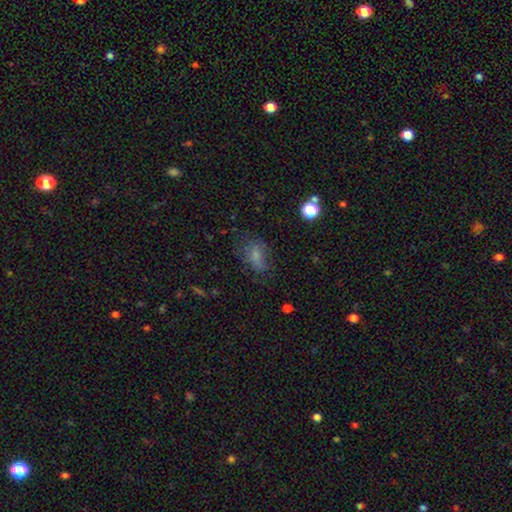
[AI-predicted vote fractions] smooth-or-featured: smooth: 65% | featured or disk: 18% | star or artifact: 16%
  how-rounded: in between: 80% | round: 15% | cigar-shaped: 5%
  merging: none: 53% | minor disturbance: 26% | major disturbance: 19% | merger: 3%